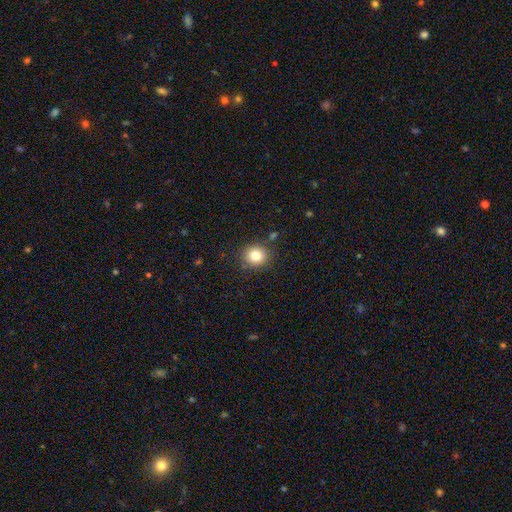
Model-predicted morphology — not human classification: Q: Smooth or featured?
A: smooth (81%); runner-up: star or artifact (11%)
Q: How rounded?
A: round (85%); runner-up: in between (14%)
Q: Merging?
A: none (86%); runner-up: minor disturbance (9%)